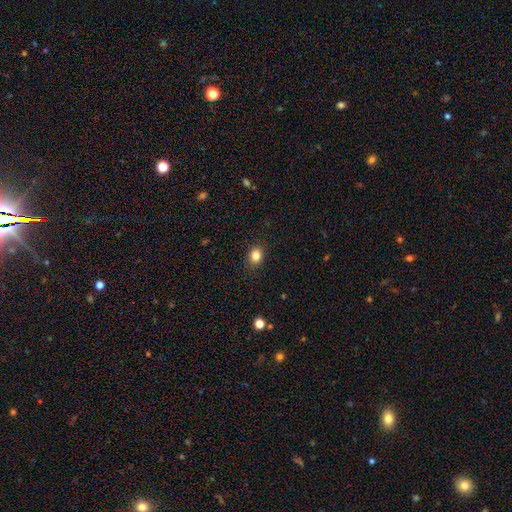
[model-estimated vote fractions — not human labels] Smooth or featured? smooth (84%)
How rounded? round (56%)
Merging? none (89%)